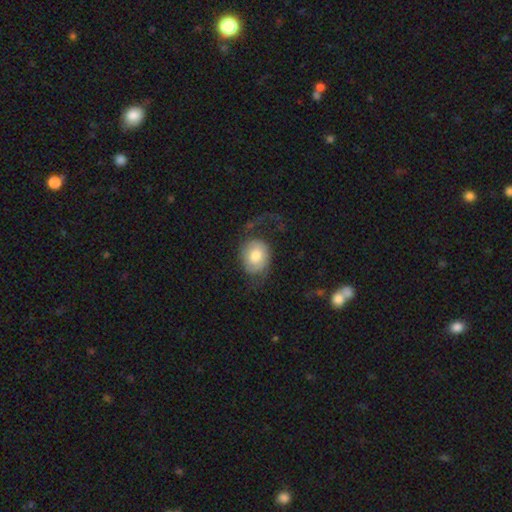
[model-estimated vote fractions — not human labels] A smooth galaxy with no disk features (54%) that is round (60%). Merging: none (42%).